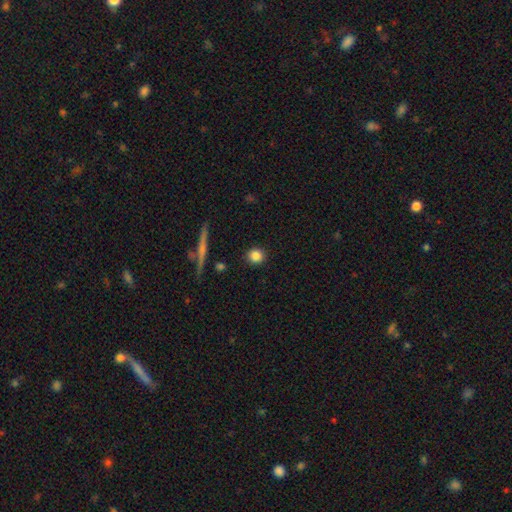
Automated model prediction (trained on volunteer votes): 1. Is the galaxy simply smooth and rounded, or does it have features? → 84% smooth, 10% star or artifact, 6% featured or disk.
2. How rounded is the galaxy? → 90% round, 8% in between, 2% cigar-shaped.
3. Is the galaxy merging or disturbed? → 90% none, 6% minor disturbance, 2% major disturbance, 2% merger.